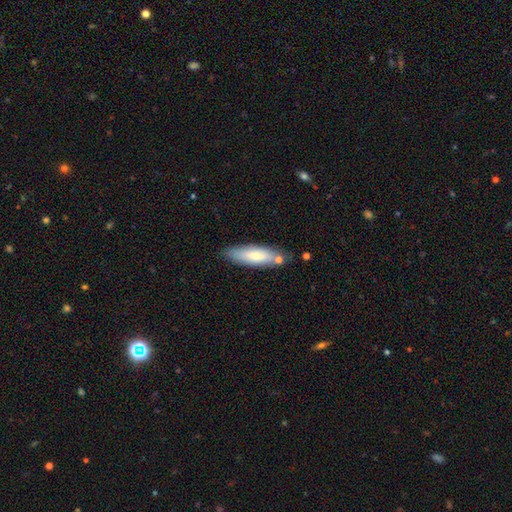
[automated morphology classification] This appears to be a smooth galaxy with no disk features (68%) that is in between round and cigar-shaped (49%, tied with cigar-shaped). Merging: none (74%).